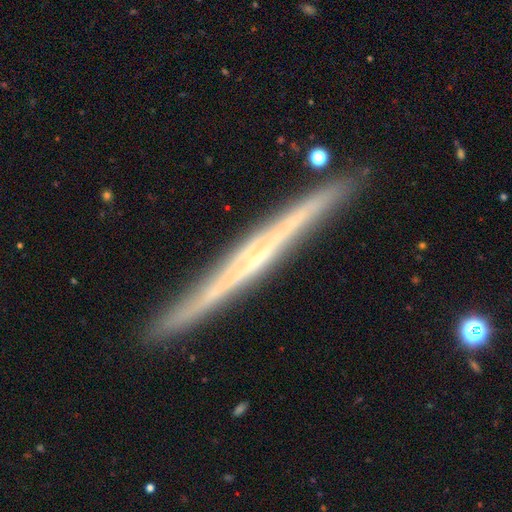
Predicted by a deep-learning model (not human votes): Smooth or featured?
  - featured or disk: 80% *
  - smooth: 14%
  - star or artifact: 6%
Edge-on disk?
  - yes: 97% *
  - no: 3%
Edge-on bulge?
  - none: 53% *
  - rounded: 38%
  - boxy: 9%
Merging?
  - none: 88% *
  - minor disturbance: 9%
  - merger: 2%
  - major disturbance: 2%